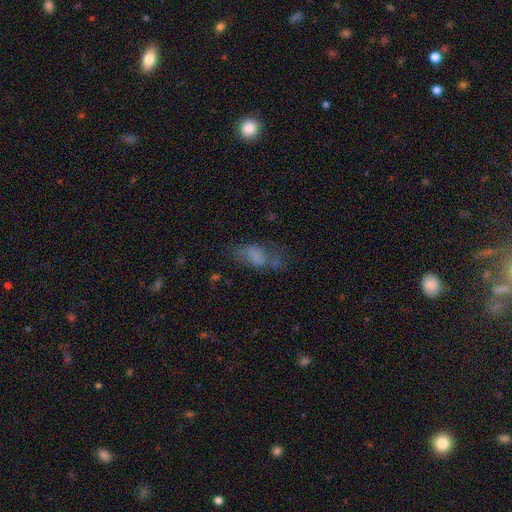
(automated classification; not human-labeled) Q: Smooth or featured?
A: smooth (60%); runner-up: featured or disk (27%)
Q: How rounded?
A: in between (86%); runner-up: round (7%)
Q: Merging?
A: none (37%); runner-up: major disturbance (29%)